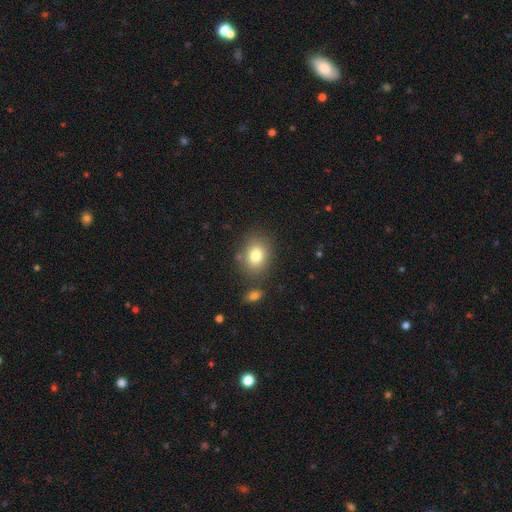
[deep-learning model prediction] Smooth or featured? smooth (79%)
How rounded? in between (52%)
Merging? none (78%)